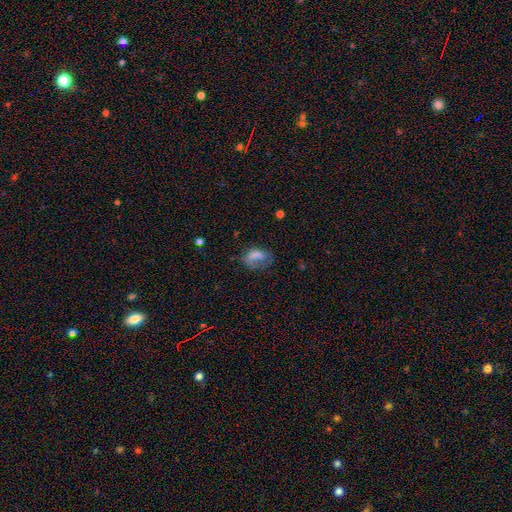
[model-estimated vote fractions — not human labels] smooth 69%, featured or disk 20%, star or artifact 11%. Down the decision tree: how rounded — in between (80%); merging — major disturbance (35%).